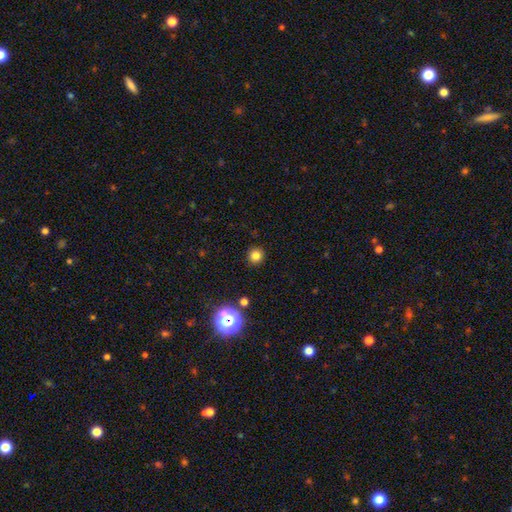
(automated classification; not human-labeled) Smooth or featured: smooth — 80% (star or artifact — 15%)
How rounded: round — 94% (in between — 5%)
Merging: none — 91% (minor disturbance — 5%)